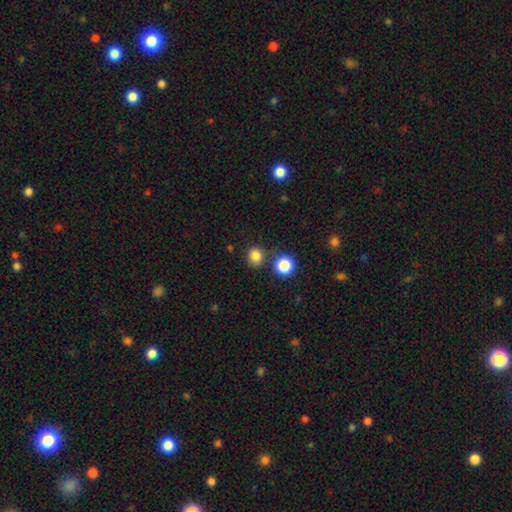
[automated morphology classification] Q: Smooth or featured?
A: smooth (81%); runner-up: star or artifact (14%)
Q: How rounded?
A: round (81%); runner-up: in between (18%)
Q: Merging?
A: none (72%); runner-up: minor disturbance (12%)